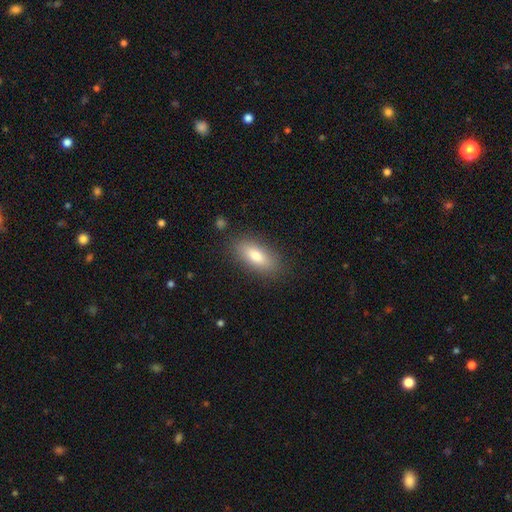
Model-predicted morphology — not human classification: Q: Smooth or featured?
A: smooth (78%); runner-up: featured or disk (14%)
Q: How rounded?
A: in between (79%); runner-up: cigar-shaped (18%)
Q: Merging?
A: none (86%); runner-up: minor disturbance (10%)